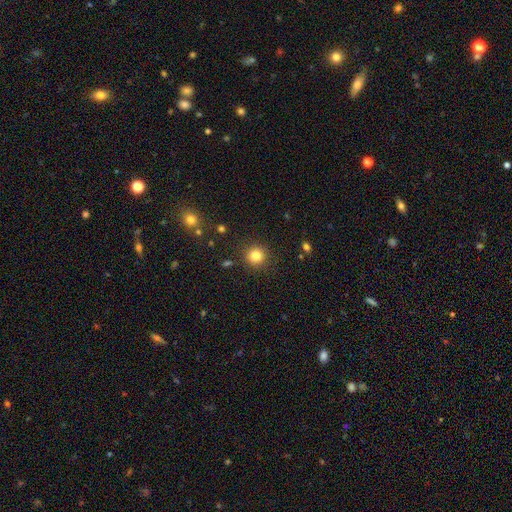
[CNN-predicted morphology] Smooth or featured?
  - smooth: 83% *
  - star or artifact: 12%
  - featured or disk: 5%
How rounded?
  - round: 93% *
  - in between: 6%
  - cigar-shaped: 1%
Merging?
  - none: 89% *
  - minor disturbance: 6%
  - major disturbance: 3%
  - merger: 2%